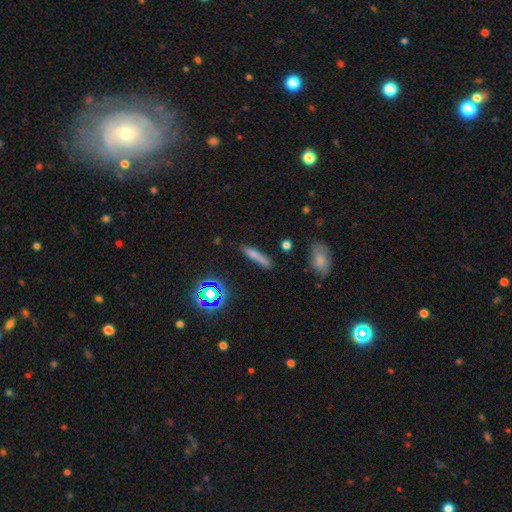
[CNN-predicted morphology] This appears to be a smooth galaxy with no disk features (72%) that is cigar-shaped (86%). Merging: none (76%).